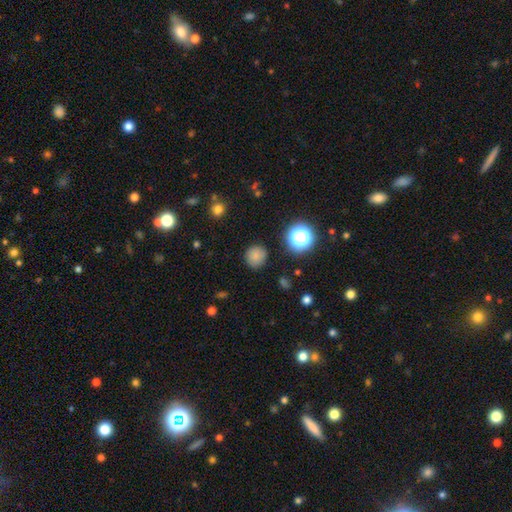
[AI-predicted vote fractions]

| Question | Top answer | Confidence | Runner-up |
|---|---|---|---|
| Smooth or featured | smooth | 79% | star or artifact (15%) |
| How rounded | round | 92% | in between (7%) |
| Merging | none | 87% | minor disturbance (9%) |